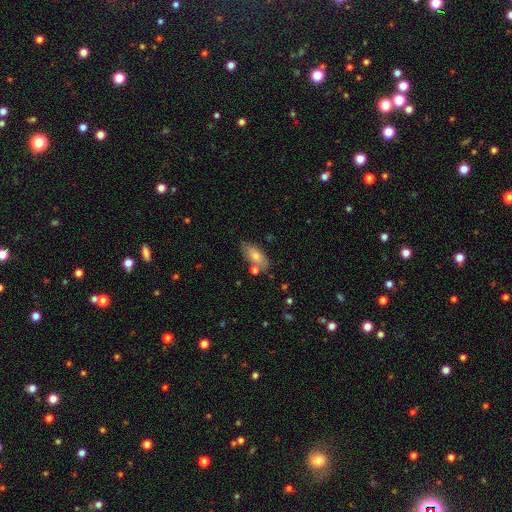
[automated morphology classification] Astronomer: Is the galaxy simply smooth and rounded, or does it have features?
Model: smooth — 74%.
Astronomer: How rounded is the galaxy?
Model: in between — 82%.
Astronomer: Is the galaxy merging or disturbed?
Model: none — 69%.